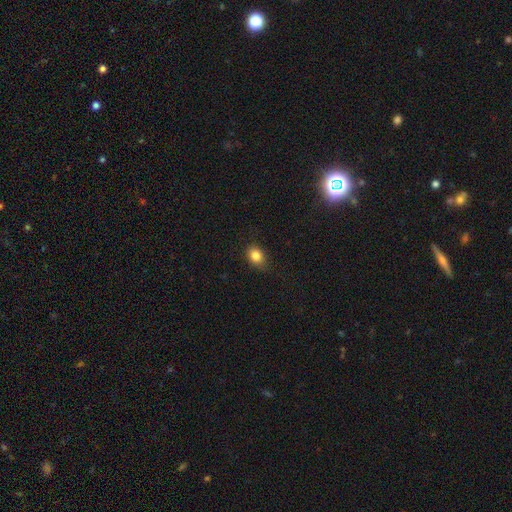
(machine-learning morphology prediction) smooth_or_featured: smooth (p=0.84) [alt: star or artifact p=0.10]
how_rounded: in between (p=0.60) [alt: round p=0.39]
merging: none (p=0.79) [alt: minor disturbance p=0.16]